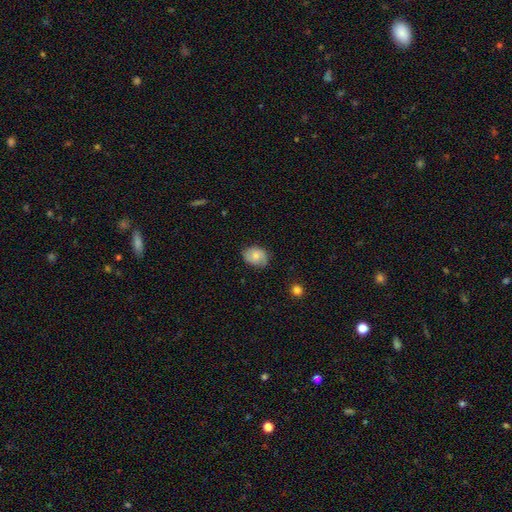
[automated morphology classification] Smooth or featured: smooth — 69% (featured or disk — 24%)
How rounded: in between — 59% (round — 40%)
Merging: none — 74% (minor disturbance — 21%)